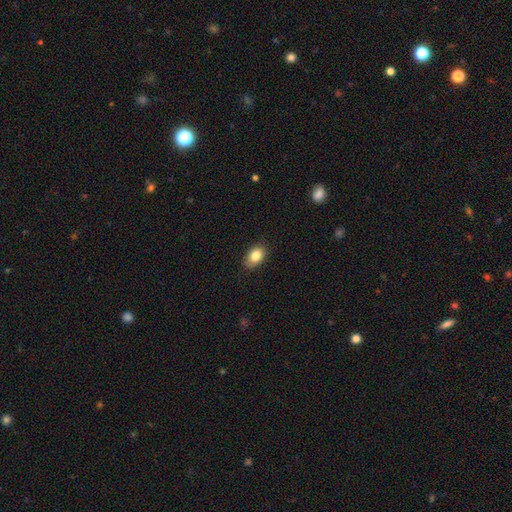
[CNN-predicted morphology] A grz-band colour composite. It shows a smooth galaxy with no disk features (83%) that is in between round and cigar-shaped (82%). Merging: none (84%).